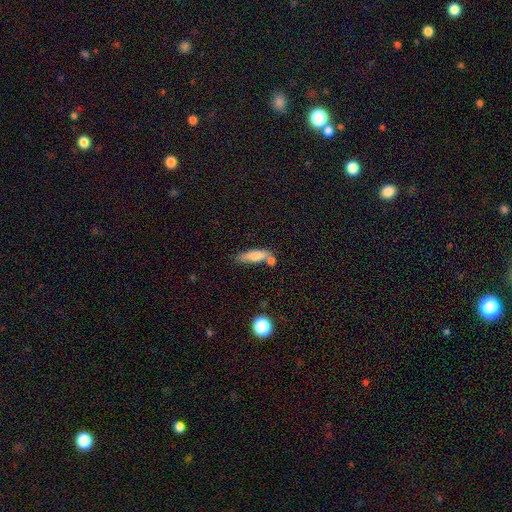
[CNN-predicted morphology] smooth_or_featured: smooth (p=0.76) [alt: featured or disk p=0.17]
how_rounded: cigar-shaped (p=0.59) [alt: in between p=0.38]
merging: none (p=0.60) [alt: merger p=0.18]